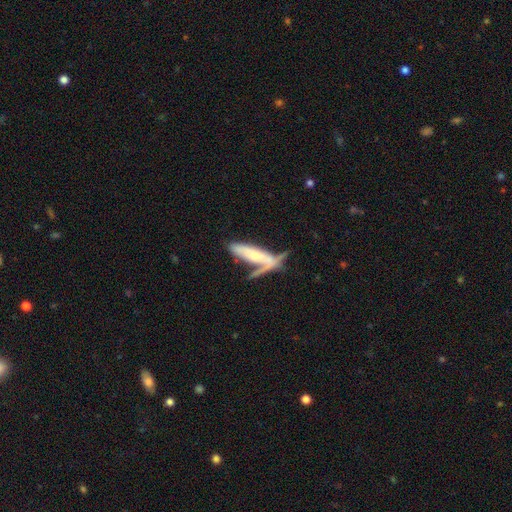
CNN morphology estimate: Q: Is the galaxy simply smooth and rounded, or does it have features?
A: smooth — 51%.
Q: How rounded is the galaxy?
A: cigar-shaped — 67%.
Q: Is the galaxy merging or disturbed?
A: merger — 35%.